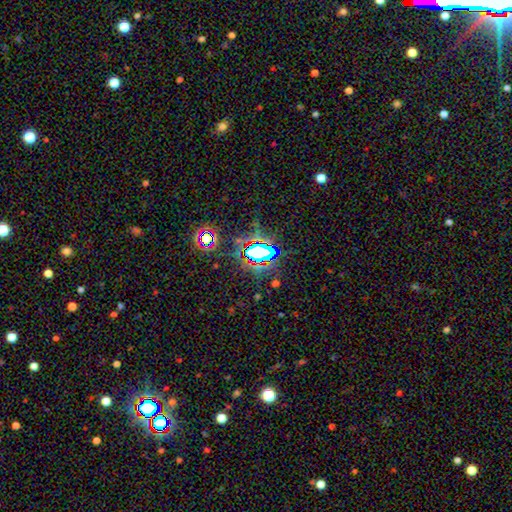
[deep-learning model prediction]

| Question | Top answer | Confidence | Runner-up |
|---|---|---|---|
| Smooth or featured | star or artifact | 69% | smooth (19%) |